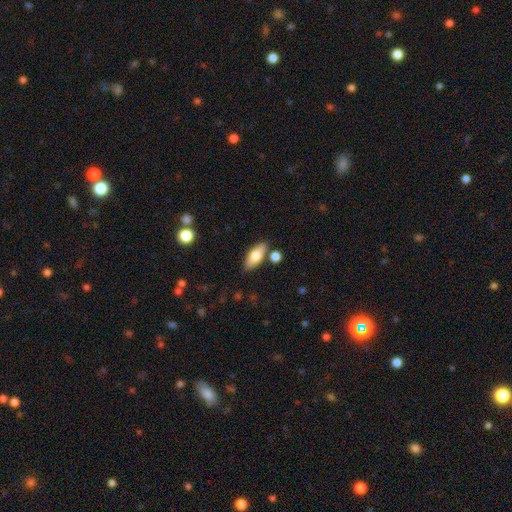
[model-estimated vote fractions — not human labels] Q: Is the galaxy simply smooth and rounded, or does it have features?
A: smooth — 71%.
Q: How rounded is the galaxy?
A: in between — 76%.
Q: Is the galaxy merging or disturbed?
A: none — 80%.